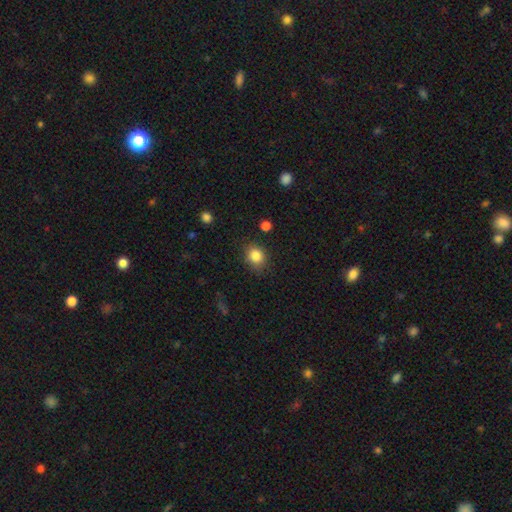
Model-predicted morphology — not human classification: Smooth or featured: smooth — 85% (star or artifact — 10%)
How rounded: round — 70% (in between — 29%)
Merging: none — 82% (minor disturbance — 13%)